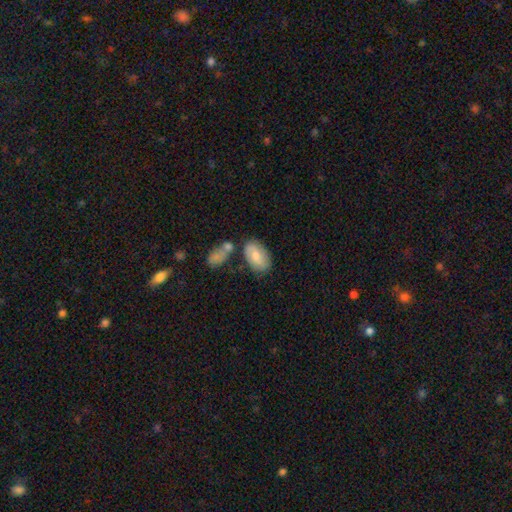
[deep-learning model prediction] smooth-or-featured: smooth: 69% | featured or disk: 25% | star or artifact: 6%
  how-rounded: in between: 92% | round: 6% | cigar-shaped: 2%
  merging: none: 64% | minor disturbance: 16% | merger: 15% | major disturbance: 5%